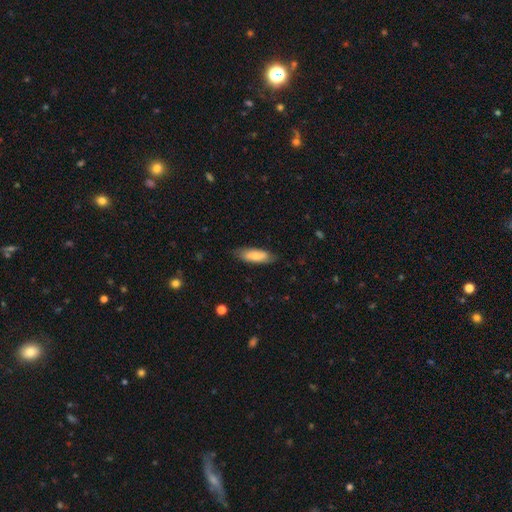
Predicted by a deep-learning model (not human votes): This appears to be a smooth galaxy with no disk features (77%) that is in between round and cigar-shaped (60%). Merging: none (79%).